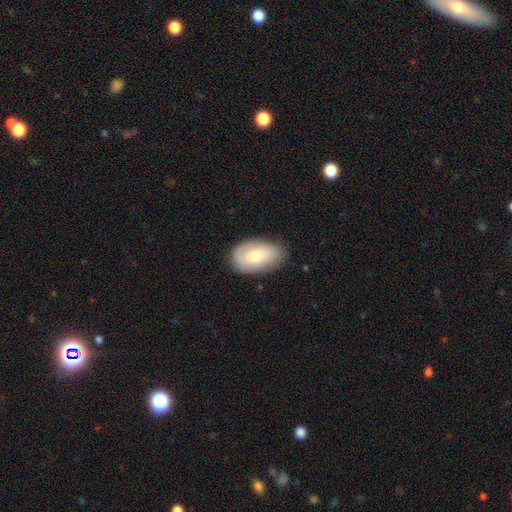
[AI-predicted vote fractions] smooth-or-featured: smooth: 61% | featured or disk: 33% | star or artifact: 7%
  how-rounded: in between: 90% | round: 9% | cigar-shaped: 2%
  merging: none: 77% | minor disturbance: 17% | major disturbance: 4% | merger: 1%